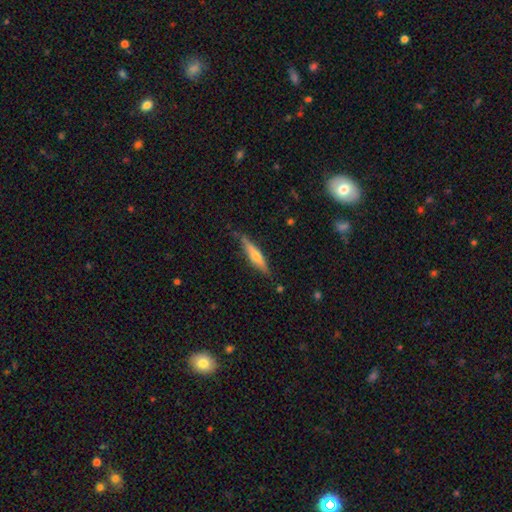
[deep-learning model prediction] This appears to be a featured or disk galaxy (54%) viewed edge-on (94%) with a rounded central bulge (79%). Merging: none (81%).